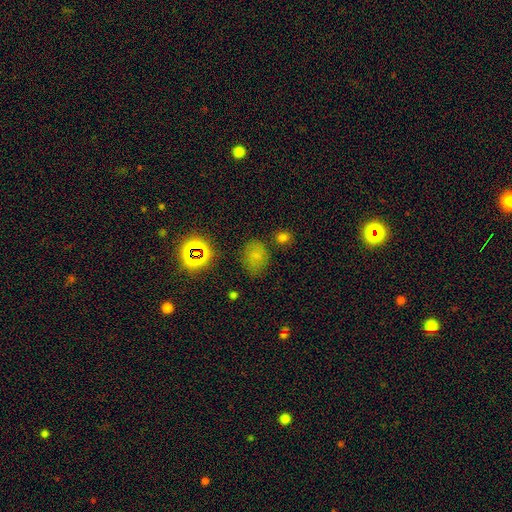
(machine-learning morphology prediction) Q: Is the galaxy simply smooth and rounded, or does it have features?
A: smooth — 67%.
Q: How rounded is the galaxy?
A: in between — 53%.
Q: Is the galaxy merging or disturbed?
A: none — 73%.